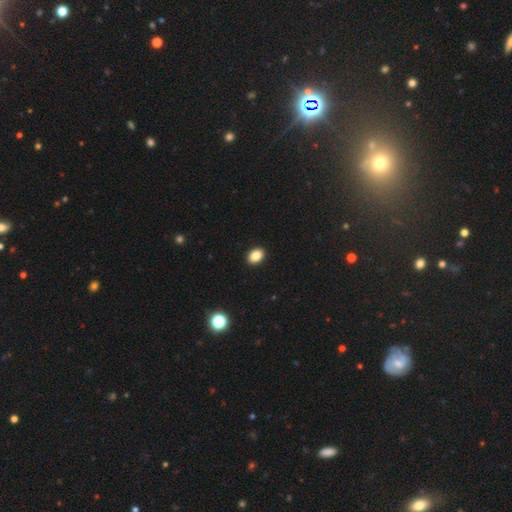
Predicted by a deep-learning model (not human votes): smooth 86%, star or artifact 9%, featured or disk 5%. Down the decision tree: how rounded — in between (75%); merging — none (92%).